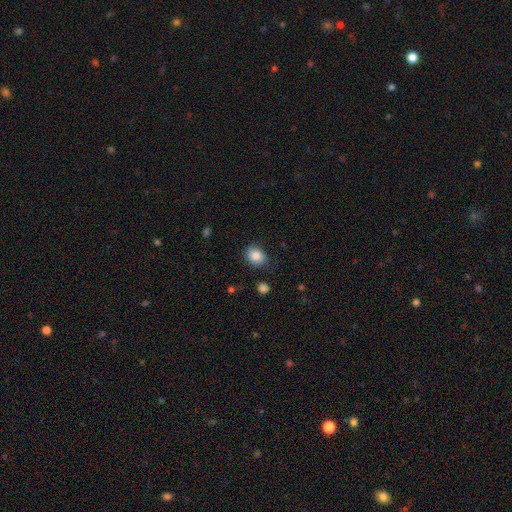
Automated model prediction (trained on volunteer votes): The model was most divided on "how rounded": in between: 52%, round: 47%, cigar-shaped: 1%. More confident: smooth or featured — smooth (85%); merging — none (75%).